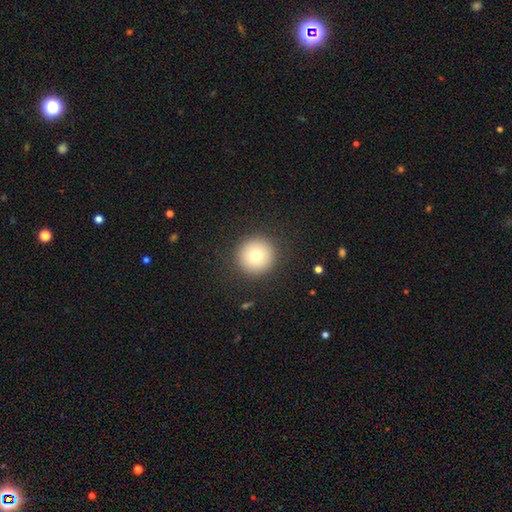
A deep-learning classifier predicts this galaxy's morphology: The model was most divided on "smooth or featured": smooth: 76%, featured or disk: 13%, star or artifact: 11%. More confident: how rounded — round (95%); merging — none (90%).